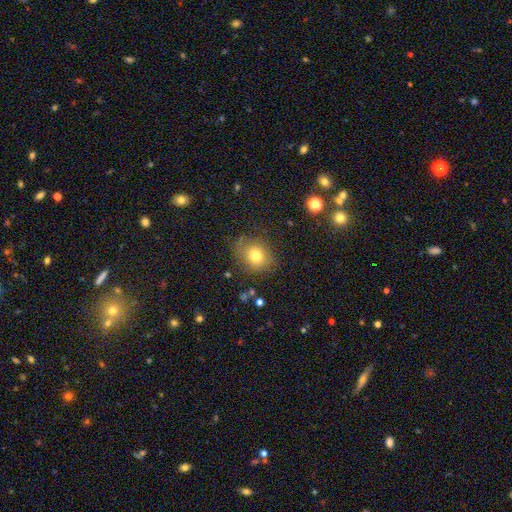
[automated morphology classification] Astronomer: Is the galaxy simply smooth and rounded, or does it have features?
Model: smooth — 71%.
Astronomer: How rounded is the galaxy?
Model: round — 63%.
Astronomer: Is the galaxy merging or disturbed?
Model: none — 73%.